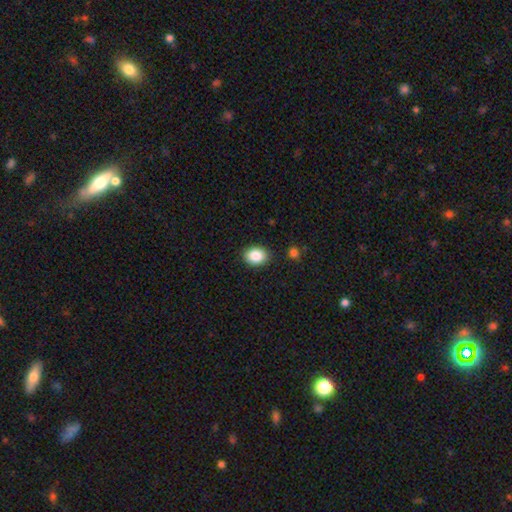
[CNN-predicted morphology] smooth 87%, star or artifact 8%, featured or disk 5%. Down the decision tree: how rounded — in between (61%); merging — none (88%).